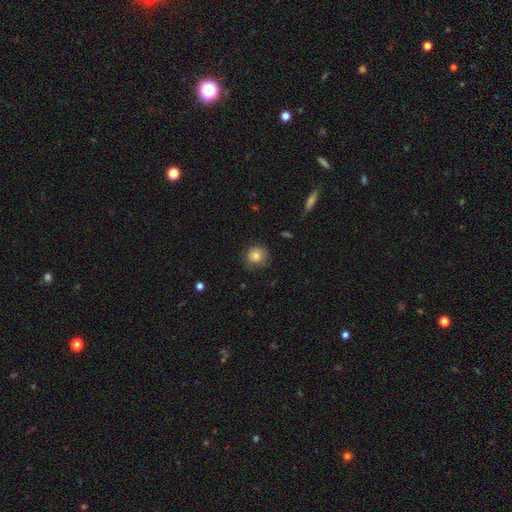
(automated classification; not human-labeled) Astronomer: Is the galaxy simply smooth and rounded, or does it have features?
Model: smooth — 80%.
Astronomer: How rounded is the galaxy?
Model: round — 87%.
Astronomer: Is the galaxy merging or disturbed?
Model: none — 70%.